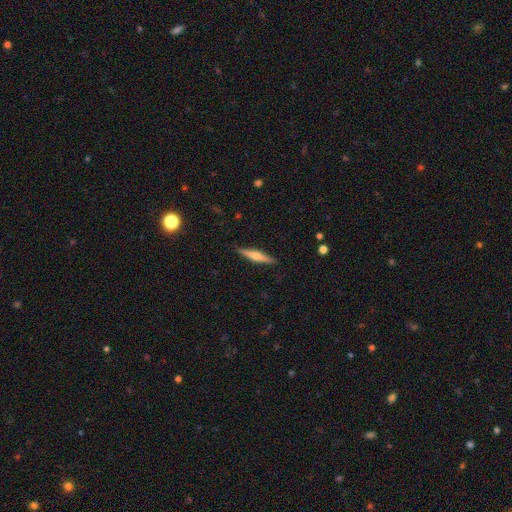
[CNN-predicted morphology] featured or disk 57%, smooth 37%, star or artifact 6%. Down the decision tree: edge-on disk — yes (97%); edge-on bulge — rounded (82%); merging — none (90%).